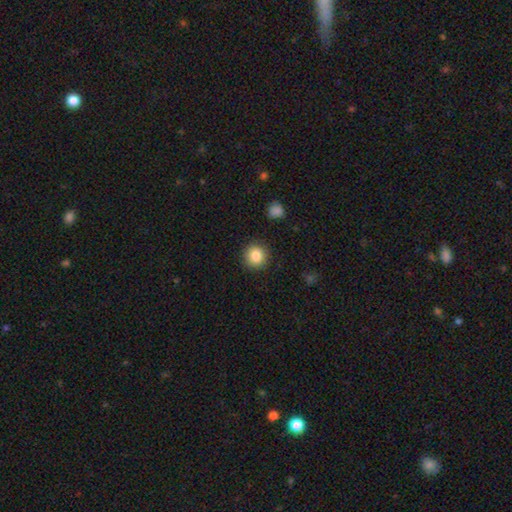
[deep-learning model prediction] A smooth galaxy with no disk features (85%) that is round (93%).

Vote fractions:
- Smooth or featured? smooth: 85% / star or artifact: 9% / featured or disk: 5%
- How rounded? round: 93% / in between: 6% / cigar-shaped: 1%
- Merging? none: 90% / minor disturbance: 7% / major disturbance: 2% / merger: 1%